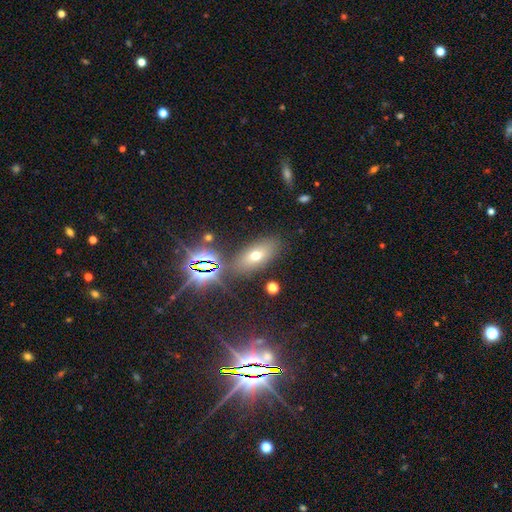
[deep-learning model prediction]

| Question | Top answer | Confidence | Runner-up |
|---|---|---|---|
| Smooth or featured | smooth | 57% | star or artifact (23%) |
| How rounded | in between | 81% | cigar-shaped (10%) |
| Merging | none | 80% | minor disturbance (11%) |